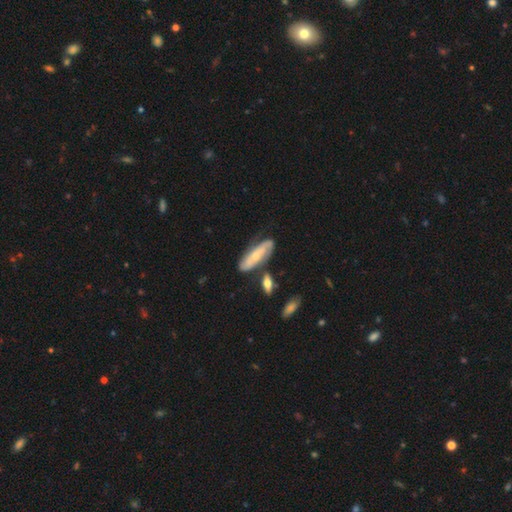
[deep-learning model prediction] featured or disk 64%, smooth 30%, star or artifact 6%. Down the decision tree: edge-on disk — no (80%); bar — no (58%); spiral arms — yes (85%); bulge size — small (60%); merging — none (61%).